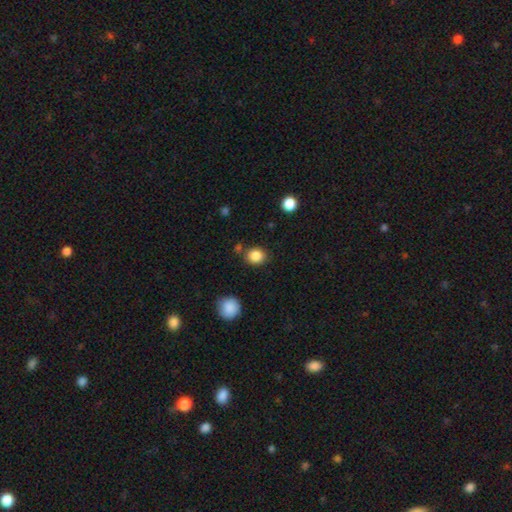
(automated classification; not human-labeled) Smooth or featured?
  - smooth: 86% *
  - star or artifact: 10%
  - featured or disk: 4%
How rounded?
  - round: 76% *
  - in between: 23%
  - cigar-shaped: 1%
Merging?
  - none: 82% *
  - minor disturbance: 10%
  - merger: 5%
  - major disturbance: 3%